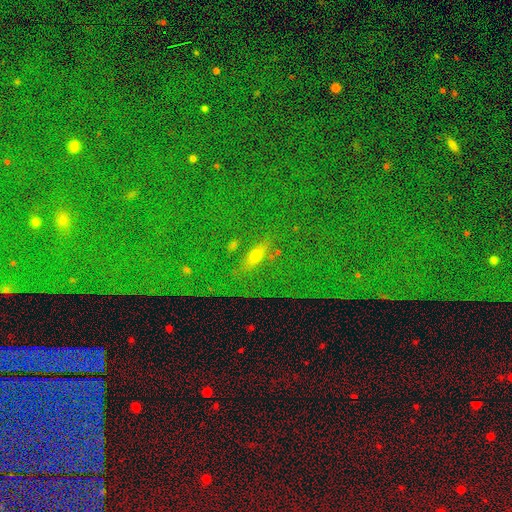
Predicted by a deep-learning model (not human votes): The model was most divided on "smooth or featured" (2-way tie): smooth: 35%, star or artifact: 35%, featured or disk: 30%. More confident: merging — none (69%).